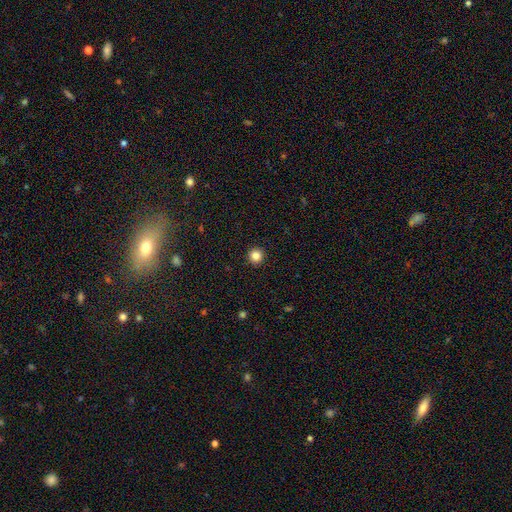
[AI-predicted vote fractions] smooth_or_featured: smooth (p=0.84) [alt: star or artifact p=0.12]
how_rounded: round (p=0.96) [alt: in between p=0.03]
merging: none (p=0.94) [alt: minor disturbance p=0.04]